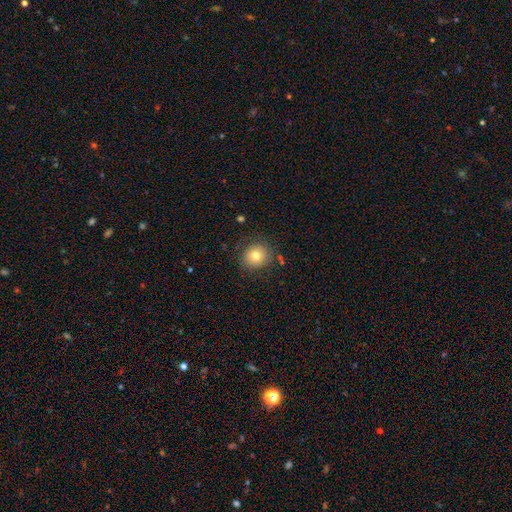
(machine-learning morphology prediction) Smooth or featured?
  - smooth: 77% *
  - featured or disk: 12%
  - star or artifact: 11%
How rounded?
  - round: 85% *
  - in between: 14%
  - cigar-shaped: 1%
Merging?
  - none: 83% *
  - minor disturbance: 11%
  - major disturbance: 4%
  - merger: 2%